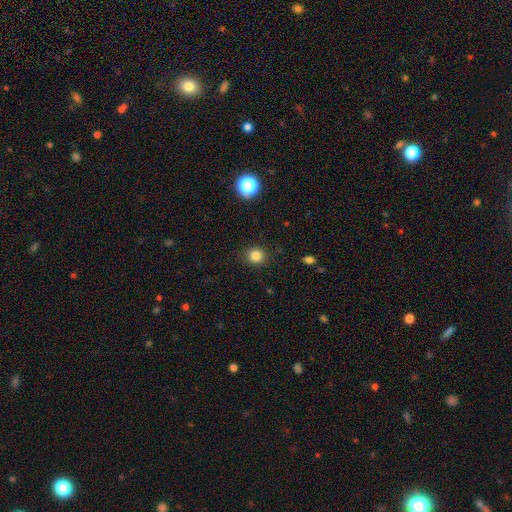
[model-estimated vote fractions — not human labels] Smooth or featured? smooth (84%)
How rounded? round (85%)
Merging? none (90%)